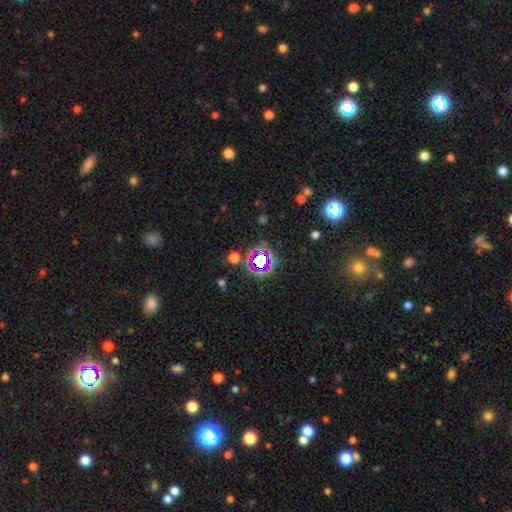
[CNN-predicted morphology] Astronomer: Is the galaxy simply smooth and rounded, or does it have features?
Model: star or artifact — 75%.